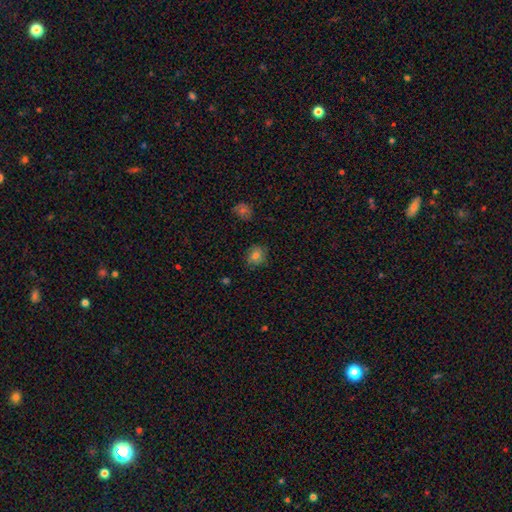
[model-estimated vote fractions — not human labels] A smooth galaxy with no disk features (77%) that is round (73%). Merging: none (81%).